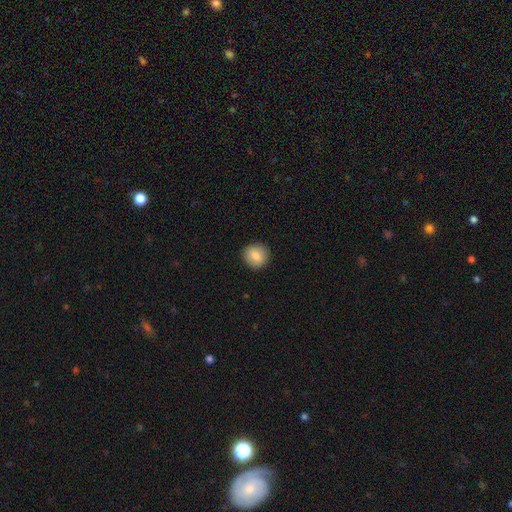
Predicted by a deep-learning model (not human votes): Q: Smooth or featured?
A: smooth (84%); runner-up: star or artifact (8%)
Q: How rounded?
A: round (91%); runner-up: in between (8%)
Q: Merging?
A: none (92%); runner-up: minor disturbance (6%)